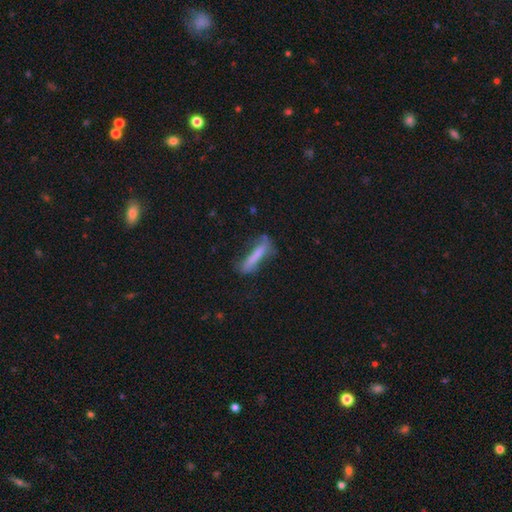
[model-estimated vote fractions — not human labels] Smooth or featured? Predicted: smooth (p=0.65). How rounded? Predicted: cigar-shaped (p=0.87). Merging? Predicted: none (p=0.56).